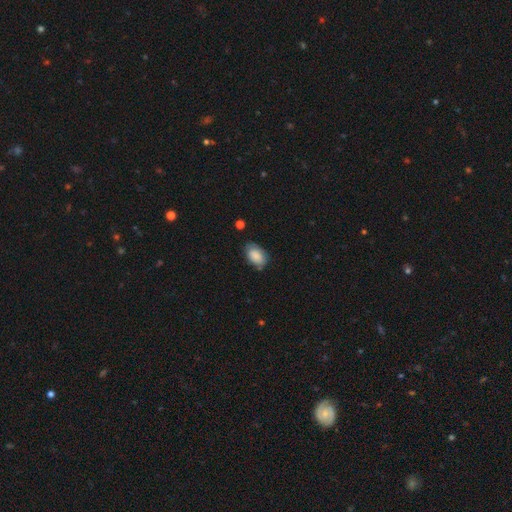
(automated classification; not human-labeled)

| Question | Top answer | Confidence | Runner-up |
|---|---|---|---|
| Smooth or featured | smooth | 85% | featured or disk (8%) |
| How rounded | in between | 91% | round (7%) |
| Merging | none | 69% | minor disturbance (24%) |